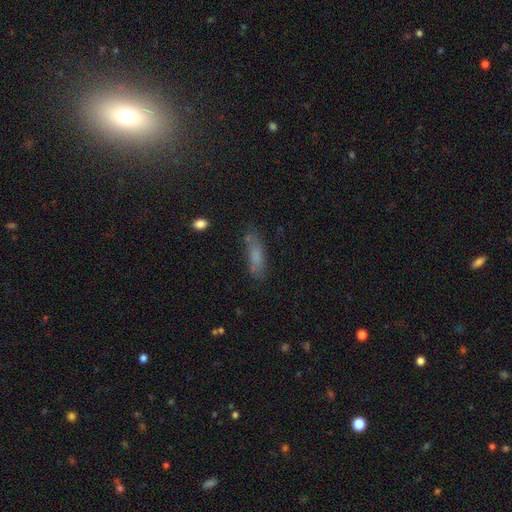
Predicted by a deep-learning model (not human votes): Q: Smooth or featured?
A: smooth (70%); runner-up: featured or disk (19%)
Q: How rounded?
A: cigar-shaped (59%); runner-up: in between (39%)
Q: Merging?
A: none (66%); runner-up: minor disturbance (21%)